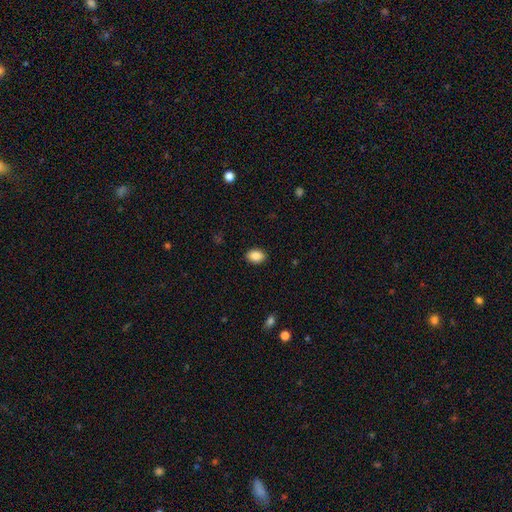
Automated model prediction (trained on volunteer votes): Smooth or featured?
  - smooth: 87% *
  - star or artifact: 8%
  - featured or disk: 5%
How rounded?
  - in between: 79% *
  - round: 20%
  - cigar-shaped: 1%
Merging?
  - none: 90% *
  - minor disturbance: 7%
  - major disturbance: 2%
  - merger: 1%